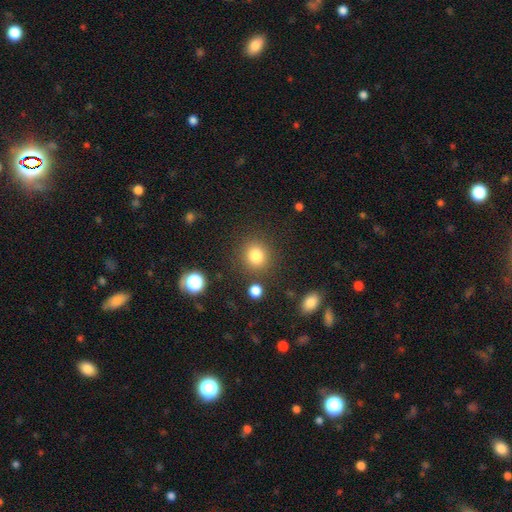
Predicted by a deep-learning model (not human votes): Smooth or featured?
  - smooth: 81% *
  - star or artifact: 13%
  - featured or disk: 6%
How rounded?
  - round: 86% *
  - in between: 13%
  - cigar-shaped: 1%
Merging?
  - none: 84% *
  - minor disturbance: 8%
  - merger: 4%
  - major disturbance: 3%